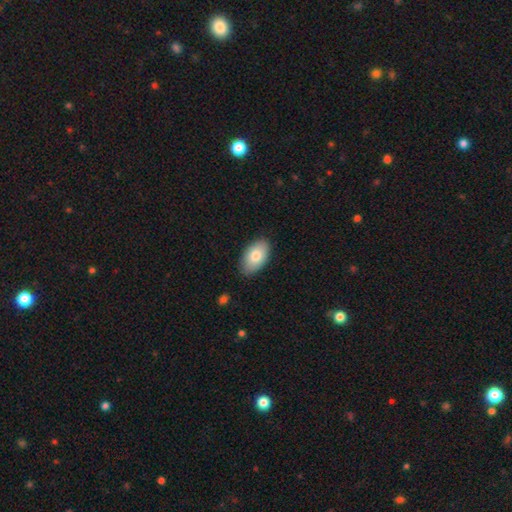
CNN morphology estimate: A smooth galaxy with no disk features (80%) that is in between round and cigar-shaped (94%). Merging: none (83%).